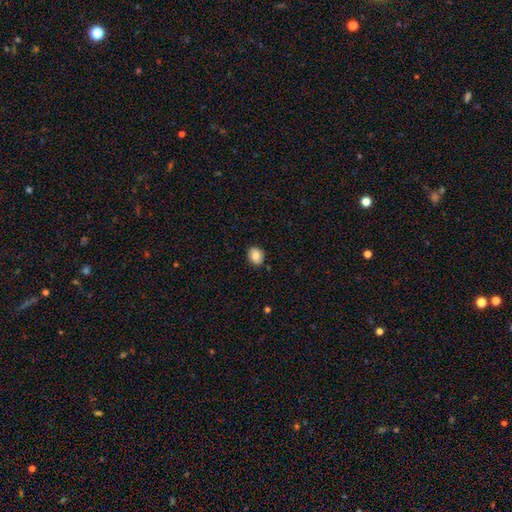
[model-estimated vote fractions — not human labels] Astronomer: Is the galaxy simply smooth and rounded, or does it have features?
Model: smooth — 77%.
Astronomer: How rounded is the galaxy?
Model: round — 57% (runner-up: in between, 42%).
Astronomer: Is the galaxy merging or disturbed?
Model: none — 85%.